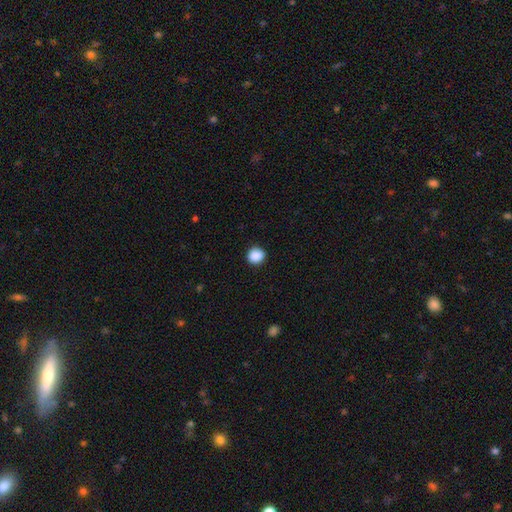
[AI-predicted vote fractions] Q: Smooth or featured?
A: smooth (89%); runner-up: star or artifact (8%)
Q: How rounded?
A: round (90%); runner-up: in between (9%)
Q: Merging?
A: none (91%); runner-up: minor disturbance (6%)